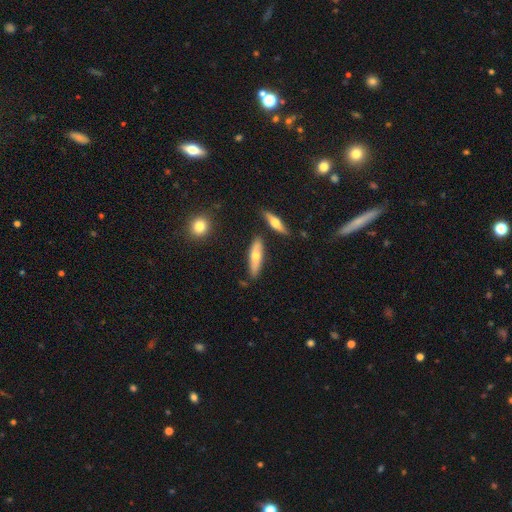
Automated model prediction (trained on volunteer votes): smooth-or-featured: smooth: 55% | featured or disk: 39% | star or artifact: 6%
  how-rounded: cigar-shaped: 63% | in between: 35% | round: 2%
  merging: none: 80% | minor disturbance: 12% | merger: 6% | major disturbance: 2%